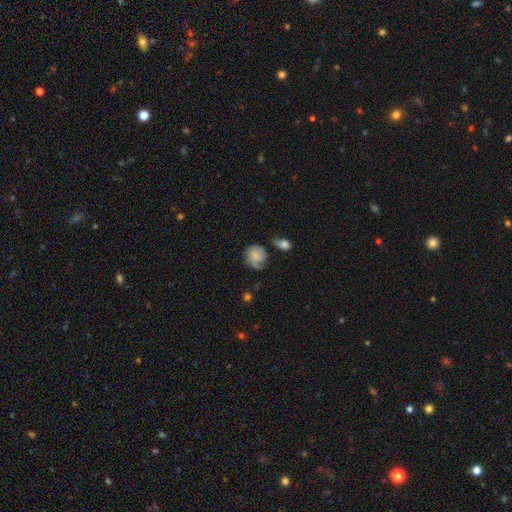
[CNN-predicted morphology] A smooth galaxy with no disk features (56%) that is round (72%). Merging: none (46%).